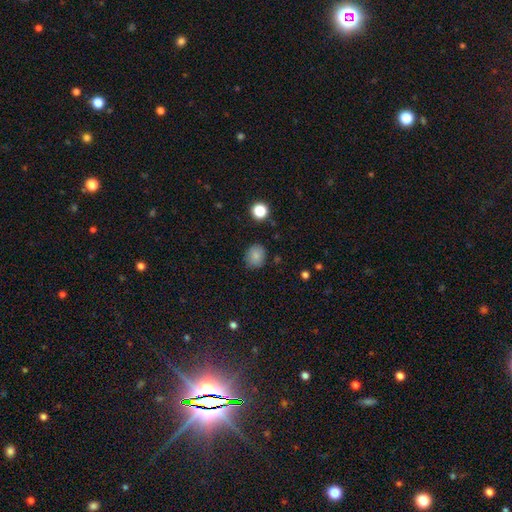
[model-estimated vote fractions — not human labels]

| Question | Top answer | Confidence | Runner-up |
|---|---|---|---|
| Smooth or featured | smooth | 83% | star or artifact (11%) |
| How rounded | round | 70% | in between (29%) |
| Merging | none | 84% | minor disturbance (11%) |